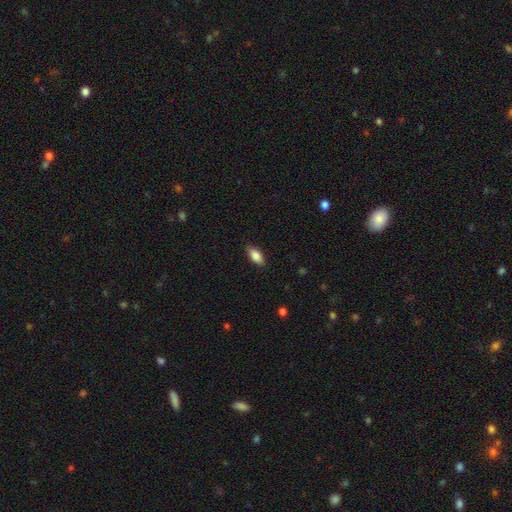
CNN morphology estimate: smooth 83%, featured or disk 10%, star or artifact 7%. Down the decision tree: how rounded — in between (86%); merging — none (86%).